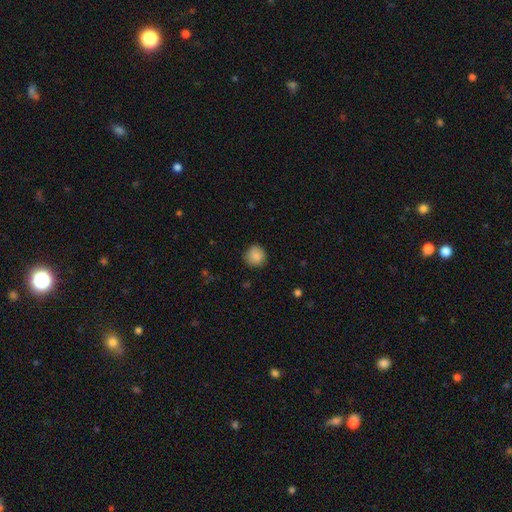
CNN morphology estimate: smooth_or_featured: smooth (p=0.88) [alt: star or artifact p=0.08]
how_rounded: round (p=0.92) [alt: in between p=0.07]
merging: none (p=0.86) [alt: minor disturbance p=0.11]